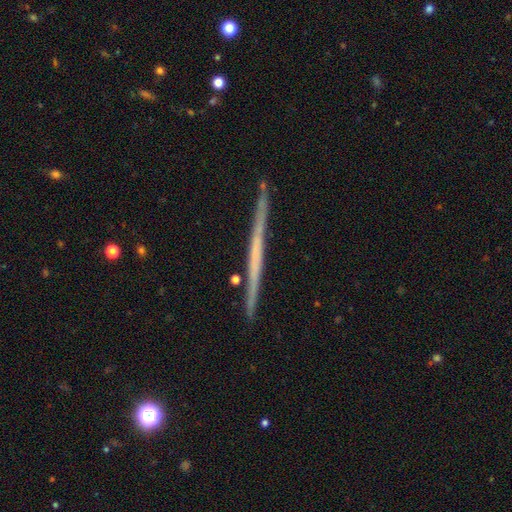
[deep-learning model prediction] Morphology: type=featured or disk (66%); edge-on=yes (98%); edge-on bulge=none (89%); merging=none (90%).